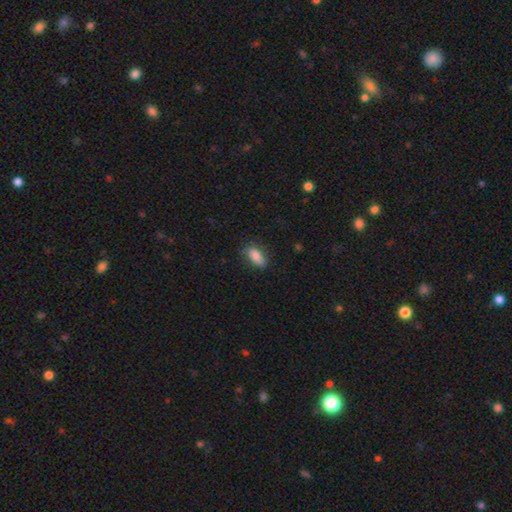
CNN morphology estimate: smooth 83%, featured or disk 10%, star or artifact 7%. Down the decision tree: how rounded — in between (84%); merging — none (75%).